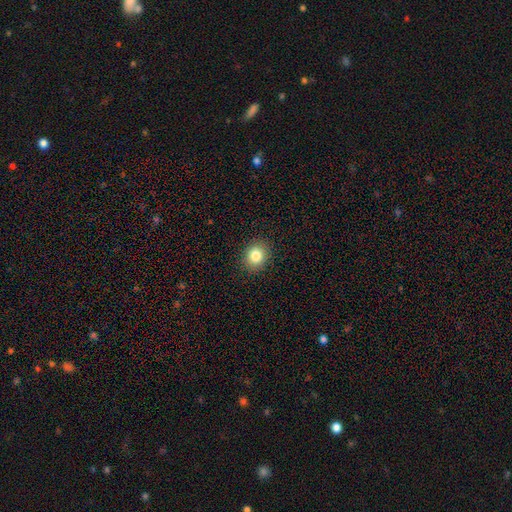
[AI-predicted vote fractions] Smooth or featured? Predicted: smooth (p=0.83). How rounded? Predicted: round (p=0.65). Merging? Predicted: none (p=0.90).